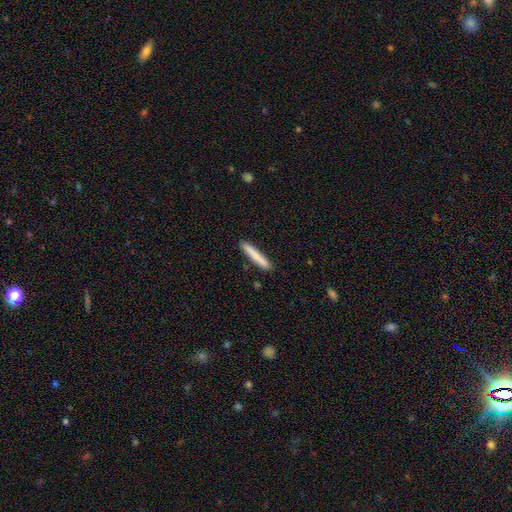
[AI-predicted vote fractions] Smooth or featured?
  - smooth: 76% *
  - featured or disk: 18%
  - star or artifact: 6%
How rounded?
  - cigar-shaped: 94% *
  - in between: 4%
  - round: 1%
Merging?
  - none: 89% *
  - minor disturbance: 8%
  - merger: 2%
  - major disturbance: 2%